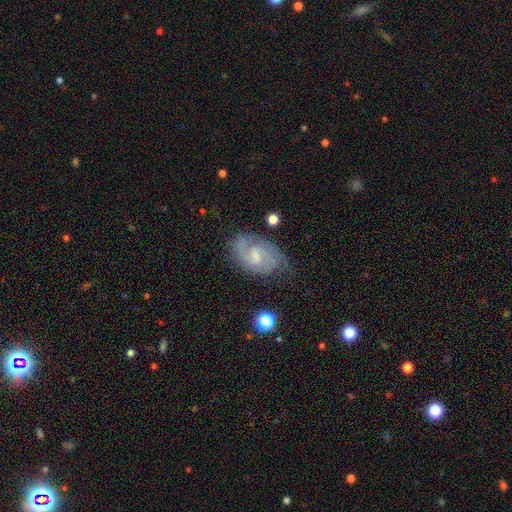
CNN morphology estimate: This is likely a featured or disk galaxy (78%). It is clearly not viewed edge-on (97%). Bar: possibly weak (55%). Spiral arm pattern: clearly yes (93%). Spiral arm count: likely 2 (65%). Spiral winding: marginally medium (45%). Central bulge: possibly small (50%). Merging: likely none (62%).